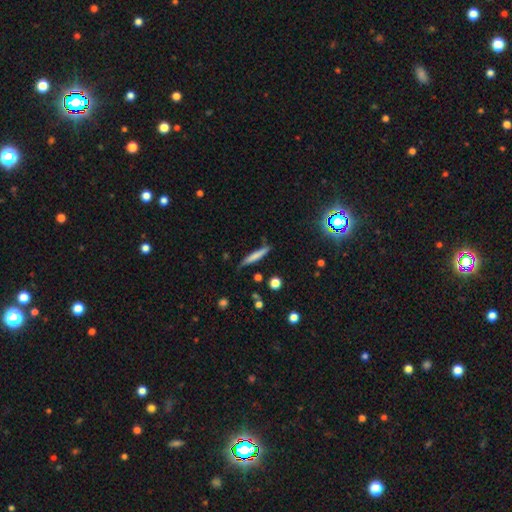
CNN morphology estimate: Smooth or featured? Predicted: smooth (p=0.66). How rounded? Predicted: cigar-shaped (p=0.92). Merging? Predicted: none (p=0.72).